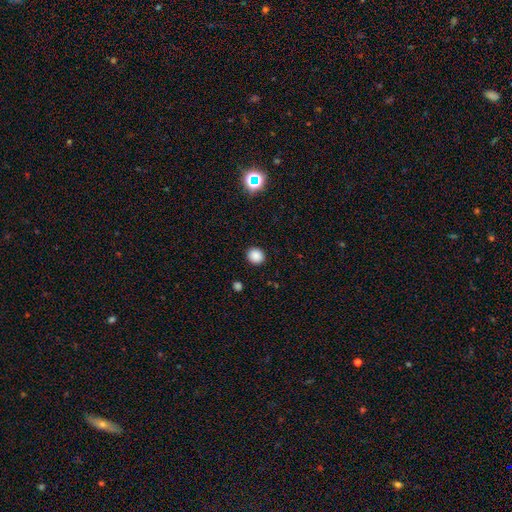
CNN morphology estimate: A smooth galaxy with no disk features (86%) that is round (81%).

Vote fractions:
- Smooth or featured? smooth: 86% / star or artifact: 11% / featured or disk: 3%
- How rounded? round: 81% / in between: 19% / cigar-shaped: 1%
- Merging? none: 91% / minor disturbance: 6% / major disturbance: 2% / merger: 1%